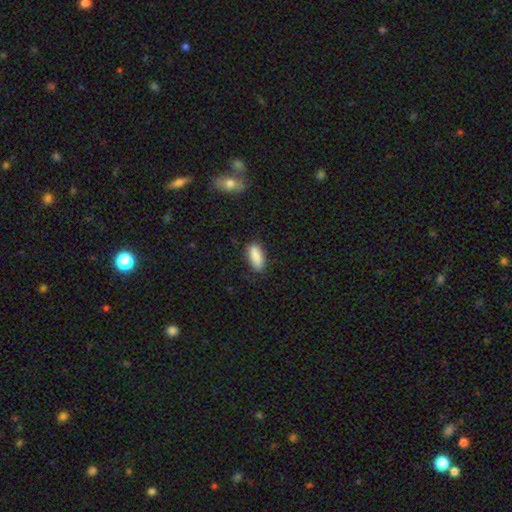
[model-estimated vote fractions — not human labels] The model was most divided on "how rounded": in between: 77%, cigar-shaped: 20%, round: 2%. More confident: smooth or featured — smooth (88%); merging — none (82%).